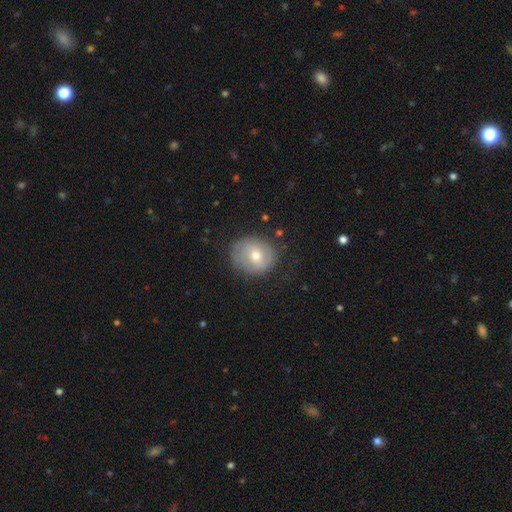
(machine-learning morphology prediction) Smooth or featured?
  - smooth: 52% *
  - featured or disk: 40%
  - star or artifact: 8%
How rounded?
  - round: 71% *
  - in between: 28%
  - cigar-shaped: 1%
Merging?
  - none: 74% *
  - minor disturbance: 18%
  - major disturbance: 6%
  - merger: 1%